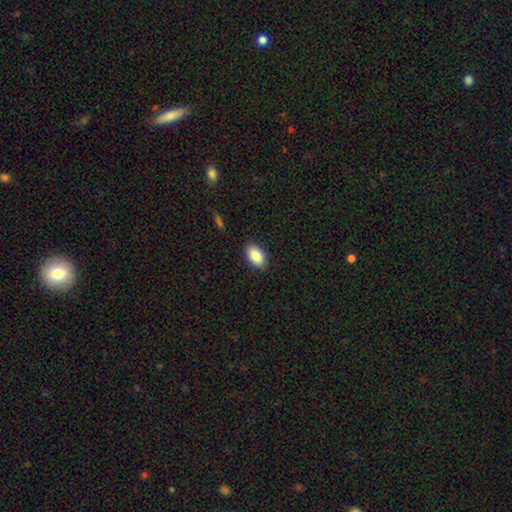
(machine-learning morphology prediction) Smooth or featured? smooth (87%)
How rounded? in between (93%)
Merging? none (89%)